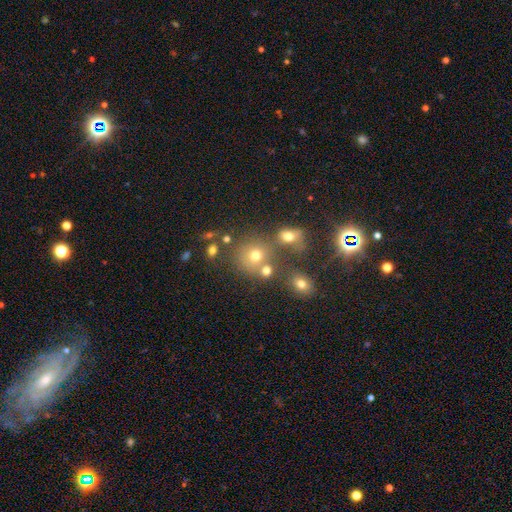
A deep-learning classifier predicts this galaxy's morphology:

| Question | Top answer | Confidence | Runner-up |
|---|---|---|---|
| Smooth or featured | smooth | 63% | star or artifact (24%) |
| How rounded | round | 82% | in between (17%) |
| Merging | none | 58% | merger (26%) |